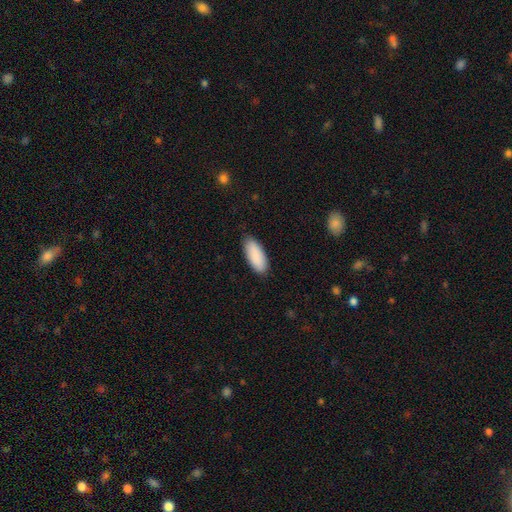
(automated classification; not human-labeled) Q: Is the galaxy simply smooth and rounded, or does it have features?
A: smooth — 91%.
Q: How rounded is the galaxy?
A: in between — 81%.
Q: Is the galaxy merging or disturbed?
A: none — 88%.